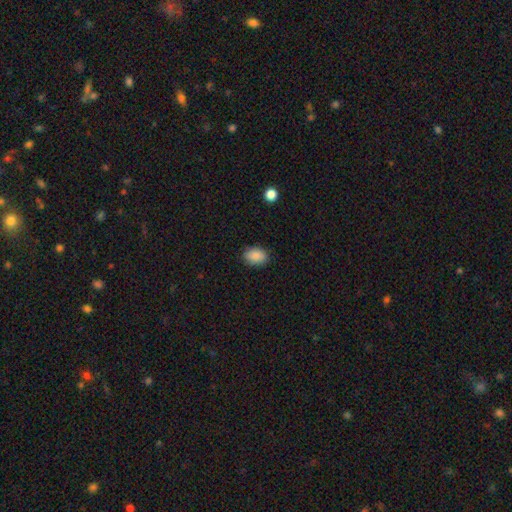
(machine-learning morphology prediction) A smooth galaxy with no disk features (88%) that is in between round and cigar-shaped (80%). Merging: none (86%).